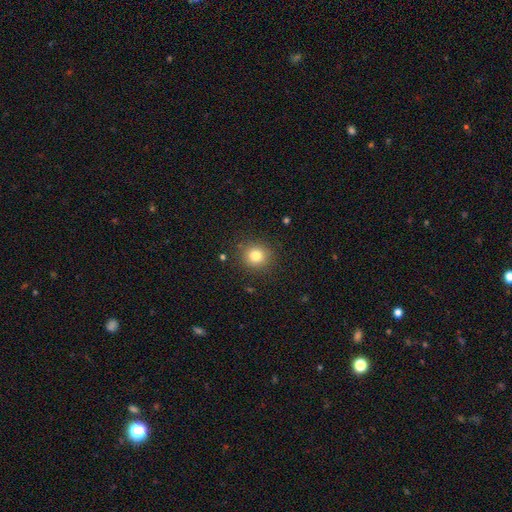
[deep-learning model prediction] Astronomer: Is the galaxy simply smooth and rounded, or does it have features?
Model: smooth — 81%.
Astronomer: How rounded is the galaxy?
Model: round — 90%.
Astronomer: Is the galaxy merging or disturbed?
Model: none — 88%.